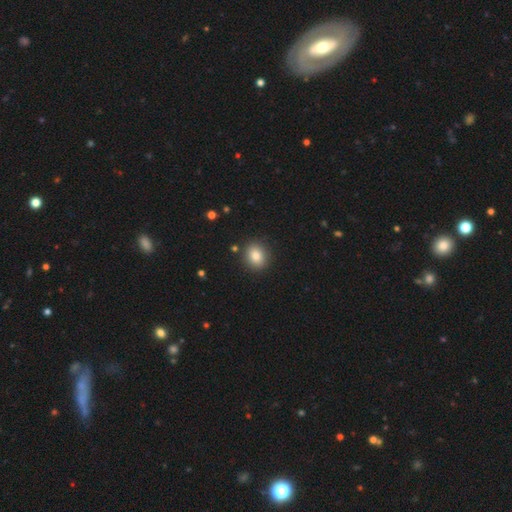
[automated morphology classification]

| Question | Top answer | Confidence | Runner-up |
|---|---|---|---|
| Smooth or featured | smooth | 83% | star or artifact (10%) |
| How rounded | round | 70% | in between (29%) |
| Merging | none | 88% | minor disturbance (7%) |